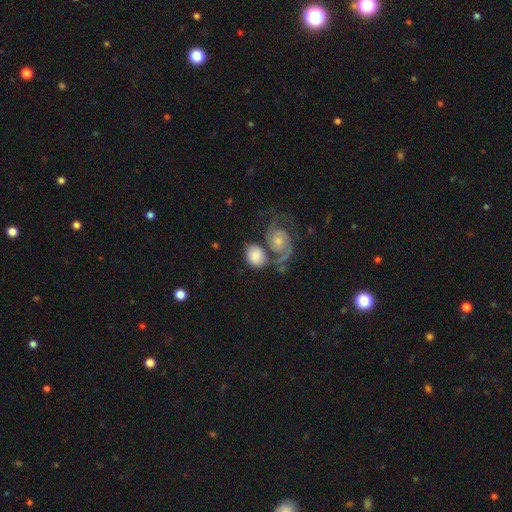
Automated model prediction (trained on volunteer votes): A smooth galaxy with no disk features (50%).

Vote fractions:
- Smooth or featured? smooth: 50% / featured or disk: 43% / star or artifact: 7%
- Merging? merger: 44% / none: 31% / minor disturbance: 13% / major disturbance: 11%